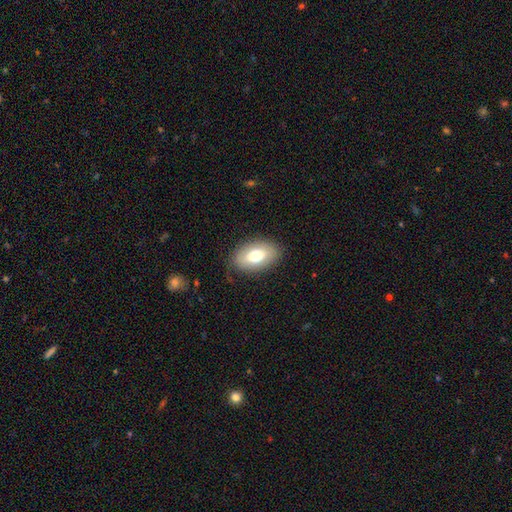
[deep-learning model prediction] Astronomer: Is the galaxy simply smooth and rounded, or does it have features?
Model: smooth — 72%.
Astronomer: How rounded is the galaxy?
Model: in between — 91%.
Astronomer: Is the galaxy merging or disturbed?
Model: none — 83%.